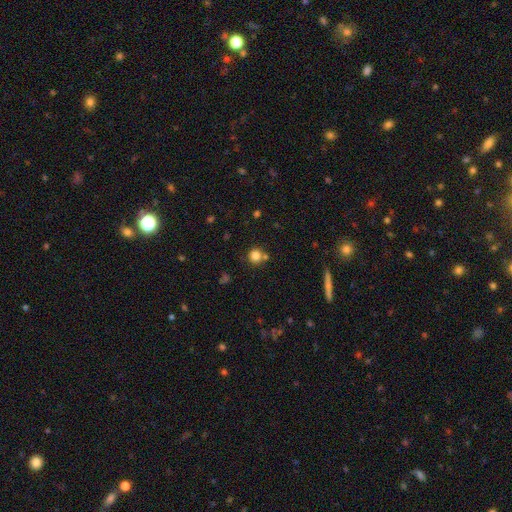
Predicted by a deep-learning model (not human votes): A smooth galaxy with no disk features (81%) that is round (93%).

Vote fractions:
- Smooth or featured? smooth: 81% / star or artifact: 13% / featured or disk: 6%
- How rounded? round: 93% / in between: 6% / cigar-shaped: 1%
- Merging? none: 72% / merger: 16% / minor disturbance: 9% / major disturbance: 3%